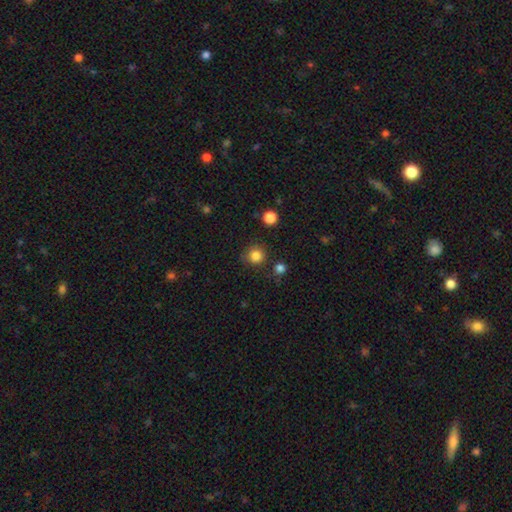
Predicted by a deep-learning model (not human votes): Smooth or featured? Predicted: smooth (p=0.83). How rounded? Predicted: round (p=0.92). Merging? Predicted: none (p=0.84).